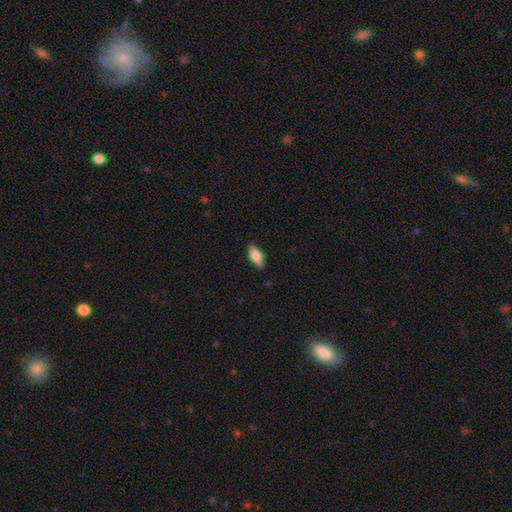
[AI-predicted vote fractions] The model was most divided on "smooth or featured": smooth: 75%, featured or disk: 19%, star or artifact: 6%. More confident: merging — none (88%); how rounded — in between (83%).